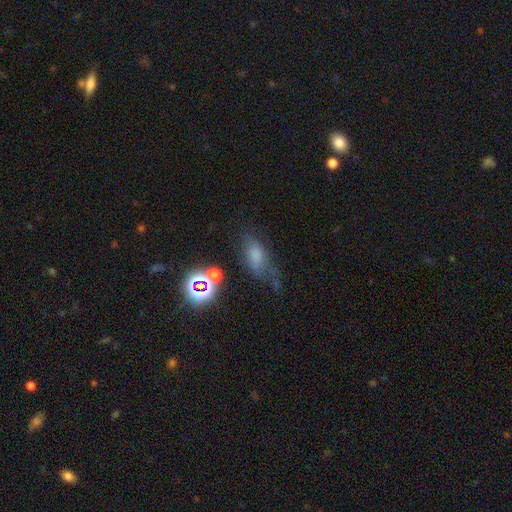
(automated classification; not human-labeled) Q: Smooth or featured?
A: smooth (58%); runner-up: star or artifact (21%)
Q: How rounded?
A: in between (78%); runner-up: cigar-shaped (12%)
Q: Merging?
A: none (44%); runner-up: minor disturbance (27%)